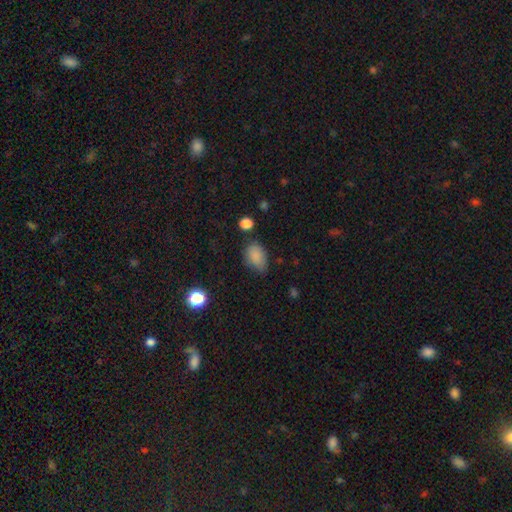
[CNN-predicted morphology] Smooth or featured?
  - smooth: 85% *
  - star or artifact: 10%
  - featured or disk: 6%
How rounded?
  - in between: 84% *
  - round: 15%
  - cigar-shaped: 1%
Merging?
  - none: 61% *
  - minor disturbance: 29%
  - major disturbance: 7%
  - merger: 3%